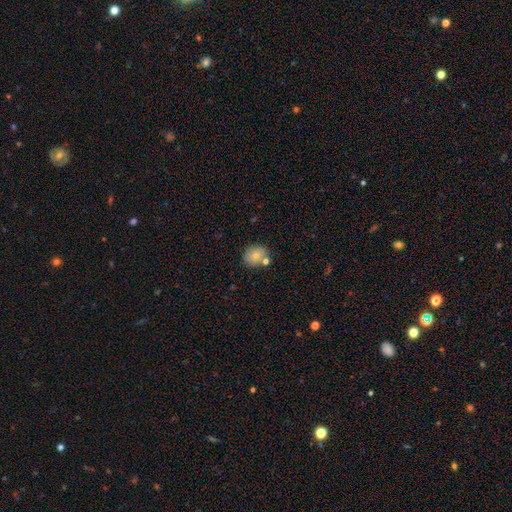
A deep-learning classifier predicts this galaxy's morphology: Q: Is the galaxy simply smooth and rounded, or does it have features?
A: smooth — 77%.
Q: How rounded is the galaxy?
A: round — 68%.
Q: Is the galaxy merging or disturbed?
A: none — 72%.